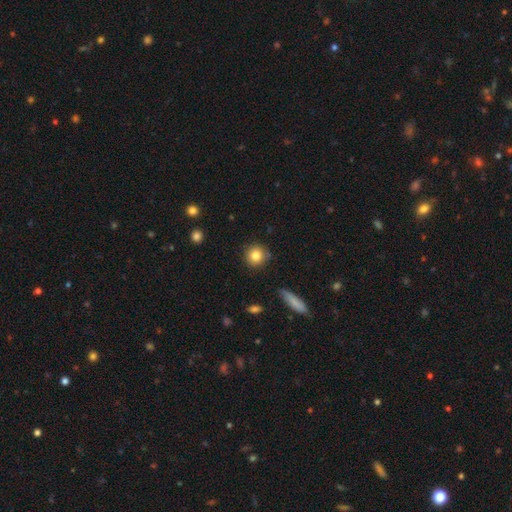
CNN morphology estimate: Smooth or featured?
  - smooth: 83% *
  - star or artifact: 9%
  - featured or disk: 8%
How rounded?
  - round: 92% *
  - in between: 7%
  - cigar-shaped: 1%
Merging?
  - none: 87% *
  - minor disturbance: 9%
  - major disturbance: 2%
  - merger: 2%